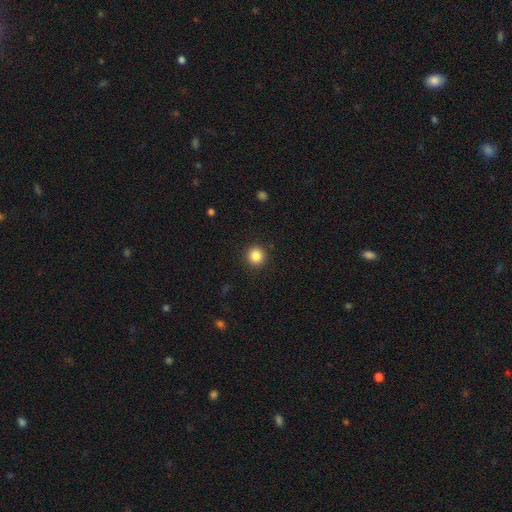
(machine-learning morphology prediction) Q: Smooth or featured?
A: smooth (86%); runner-up: star or artifact (10%)
Q: How rounded?
A: round (94%); runner-up: in between (5%)
Q: Merging?
A: none (92%); runner-up: minor disturbance (5%)